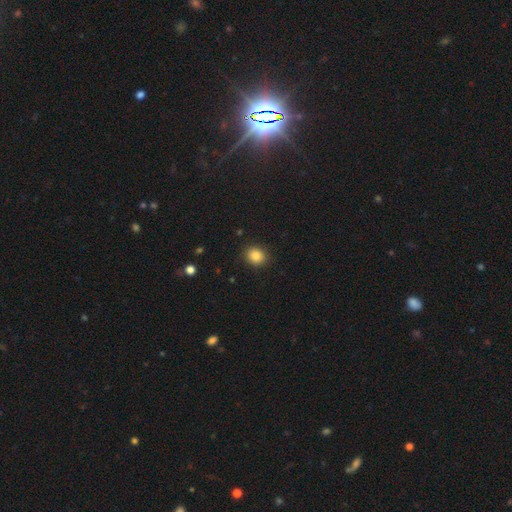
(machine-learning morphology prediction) This is clearly a smooth galaxy (85%). How rounded: likely round (69%). Merging: clearly none (89%).